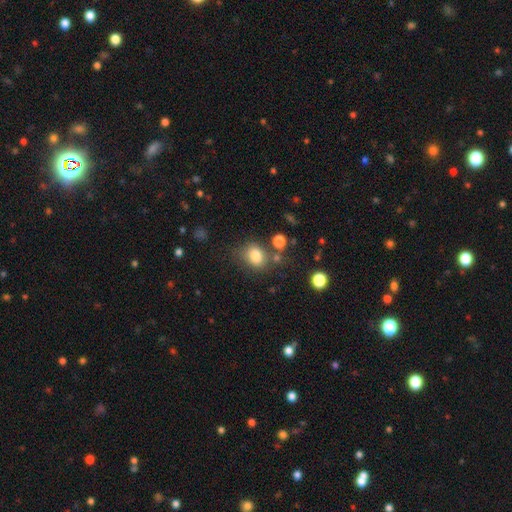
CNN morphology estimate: smooth-or-featured: smooth: 81% | star or artifact: 11% | featured or disk: 8%
  how-rounded: in between: 54% | round: 45% | cigar-shaped: 1%
  merging: none: 65% | minor disturbance: 18% | merger: 11% | major disturbance: 7%